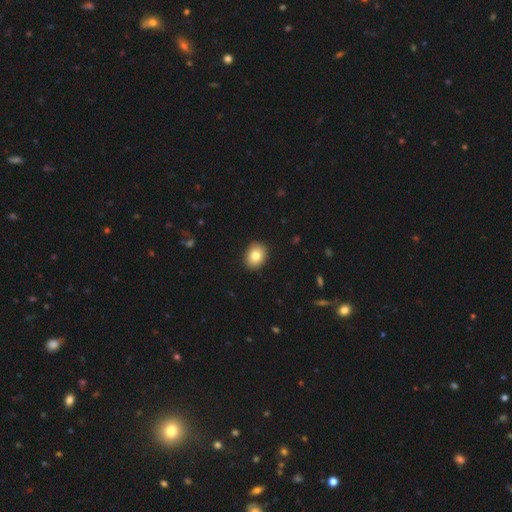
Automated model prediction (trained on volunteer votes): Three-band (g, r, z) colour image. It shows a smooth galaxy with no disk features (82%) that is in between round and cigar-shaped (56%). Merging: none (90%).